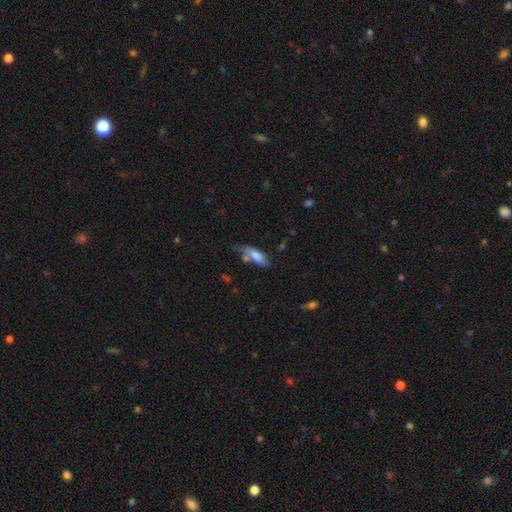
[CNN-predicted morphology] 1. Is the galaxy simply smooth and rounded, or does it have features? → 73% smooth, 20% featured or disk, 8% star or artifact.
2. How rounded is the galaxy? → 58% in between, 39% cigar-shaped, 2% round.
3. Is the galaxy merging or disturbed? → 43% none, 27% minor disturbance, 18% merger, 12% major disturbance.